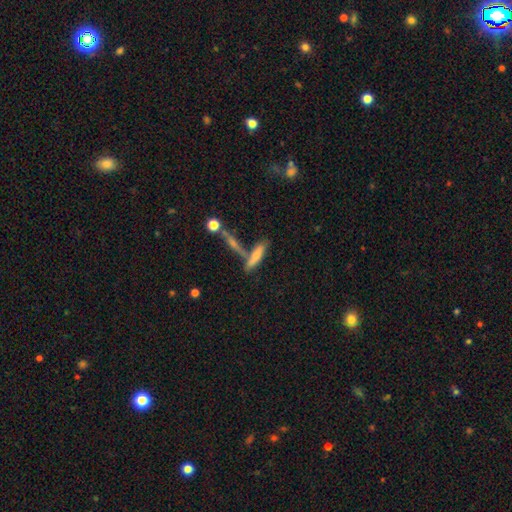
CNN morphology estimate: The model was most divided on "merging": none: 51%, merger: 33%, minor disturbance: 11%, major disturbance: 5%. More confident: how rounded — cigar-shaped (72%); smooth or featured — smooth (62%).